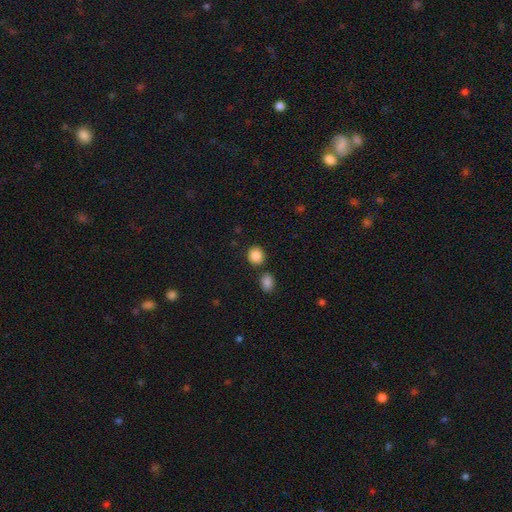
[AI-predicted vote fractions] Smooth or featured? smooth (87%)
How rounded? round (79%)
Merging? none (79%)